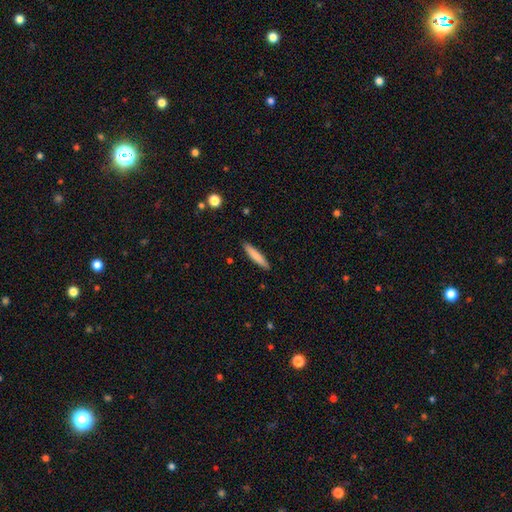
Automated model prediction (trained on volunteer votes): Smooth or featured? smooth (80%)
How rounded? cigar-shaped (91%)
Merging? none (90%)